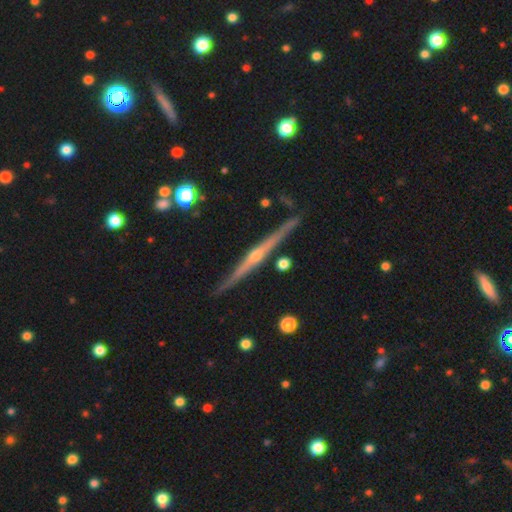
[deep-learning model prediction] Smooth or featured?
  - featured or disk: 85% *
  - smooth: 9%
  - star or artifact: 6%
Edge-on disk?
  - yes: 98% *
  - no: 2%
Edge-on bulge?
  - rounded: 84% *
  - none: 12%
  - boxy: 4%
Merging?
  - none: 89% *
  - minor disturbance: 7%
  - merger: 2%
  - major disturbance: 1%